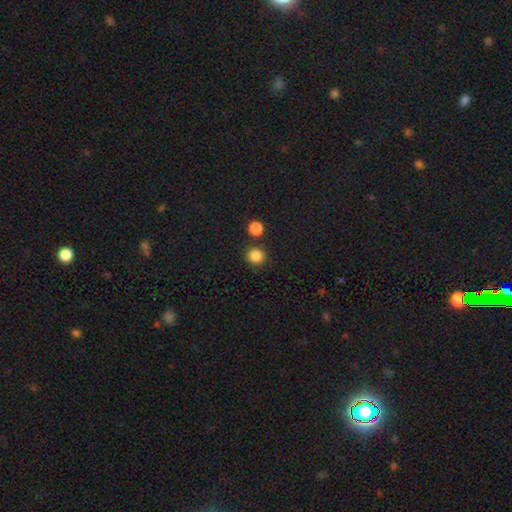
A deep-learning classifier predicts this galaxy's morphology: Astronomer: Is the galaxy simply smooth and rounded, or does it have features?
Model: smooth — 85%.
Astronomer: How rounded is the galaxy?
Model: round — 92%.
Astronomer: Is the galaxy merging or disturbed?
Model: none — 85%.